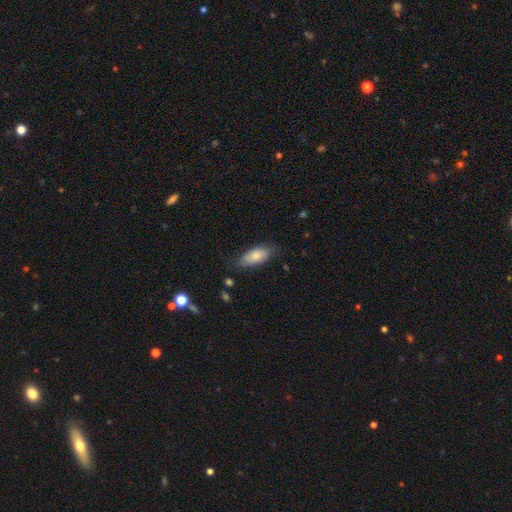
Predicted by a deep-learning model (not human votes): Q: Smooth or featured?
A: smooth (81%); runner-up: featured or disk (13%)
Q: How rounded?
A: in between (86%); runner-up: cigar-shaped (12%)
Q: Merging?
A: none (74%); runner-up: minor disturbance (20%)